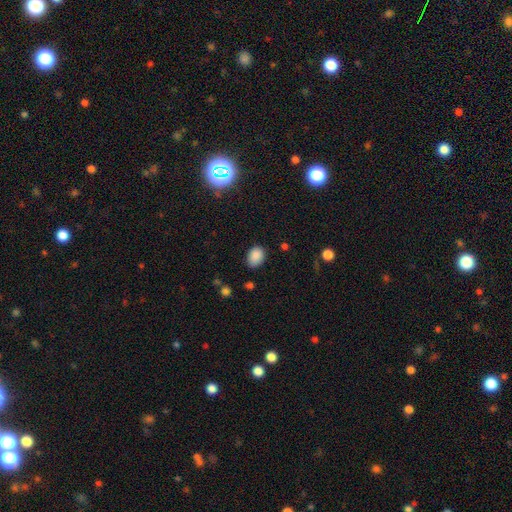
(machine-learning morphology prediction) A smooth galaxy with no disk features (87%) that is in between round and cigar-shaped (73%). Merging: none (79%).